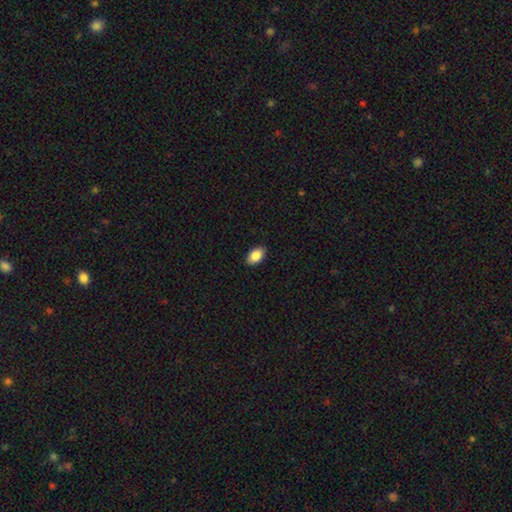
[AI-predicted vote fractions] Smooth or featured: smooth — 88% (star or artifact — 7%)
How rounded: in between — 91% (round — 7%)
Merging: none — 89% (minor disturbance — 8%)